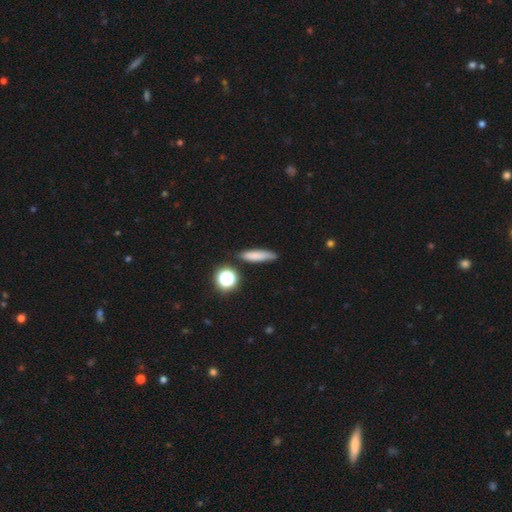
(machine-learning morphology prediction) Smooth or featured: smooth — 76% (featured or disk — 13%)
How rounded: cigar-shaped — 74% (in between — 20%)
Merging: none — 78% (minor disturbance — 15%)